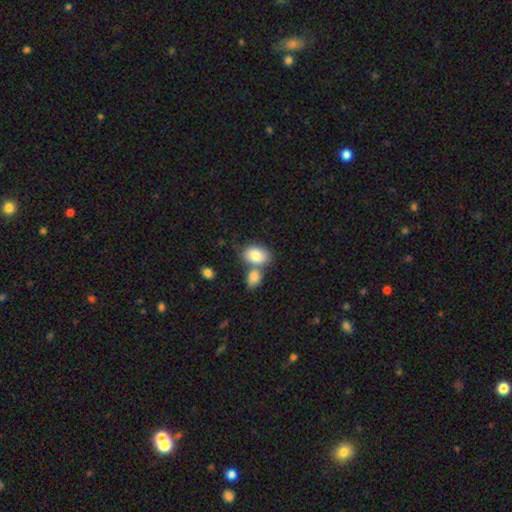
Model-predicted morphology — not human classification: This is clearly a smooth galaxy (83%). How rounded: clearly in between (86%). Merging: marginally none (44%).